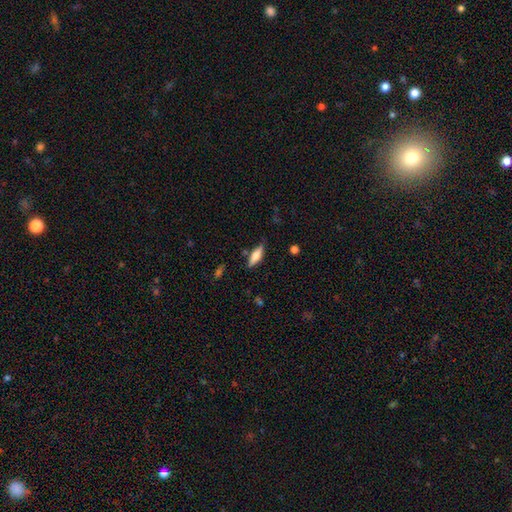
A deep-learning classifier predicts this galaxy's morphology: Smooth or featured?
  - smooth: 59% *
  - featured or disk: 34%
  - star or artifact: 7%
How rounded?
  - in between: 54% *
  - cigar-shaped: 43%
  - round: 2%
Merging?
  - none: 79% *
  - minor disturbance: 15%
  - major disturbance: 3%
  - merger: 3%